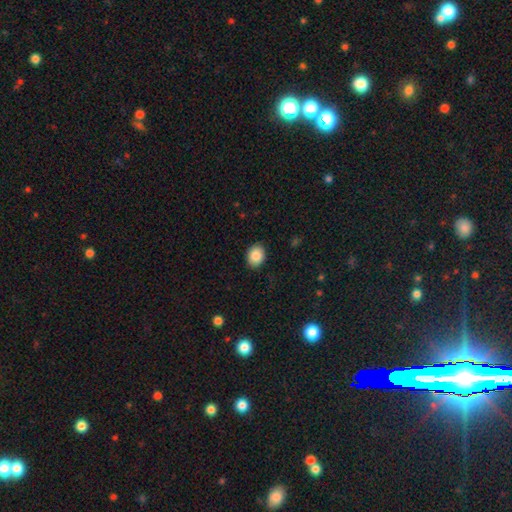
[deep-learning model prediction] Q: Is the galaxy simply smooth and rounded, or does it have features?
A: smooth — 87%.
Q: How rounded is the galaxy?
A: in between — 58%.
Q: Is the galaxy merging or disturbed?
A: none — 89%.